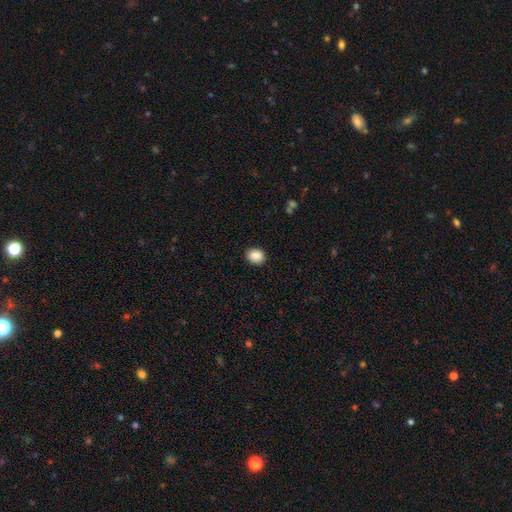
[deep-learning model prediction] Overall: smooth (89%). How rounded: round (55%; in between 44%). Merging: none (88%).